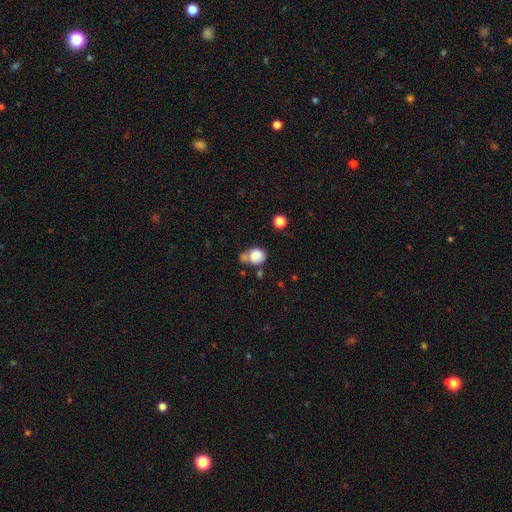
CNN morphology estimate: Smooth or featured? Predicted: smooth (p=0.81). How rounded? Predicted: round (p=0.67). Merging? Predicted: none (p=0.38).